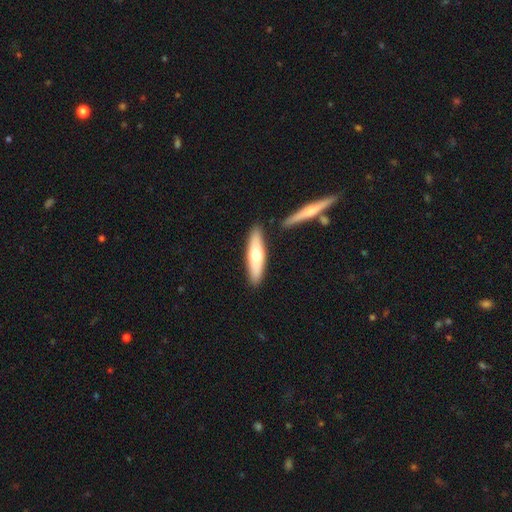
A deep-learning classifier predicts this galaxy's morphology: This appears to be a smooth galaxy with no disk features (57%) that is cigar-shaped (72%). Merging: none (84%).